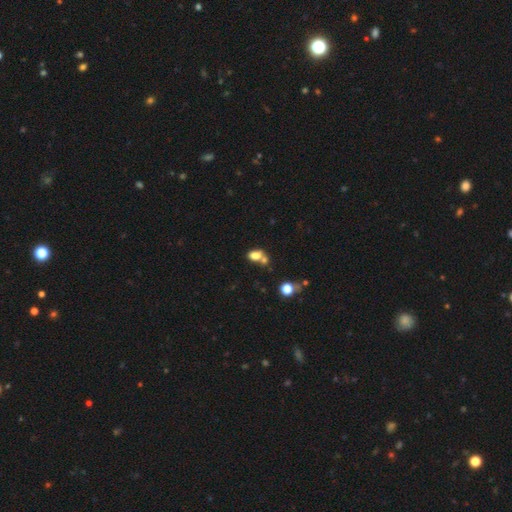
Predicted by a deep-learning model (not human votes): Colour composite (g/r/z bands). It shows a smooth galaxy with no disk features (77%) that is in between round and cigar-shaped (76%). Merging: merger (44%).